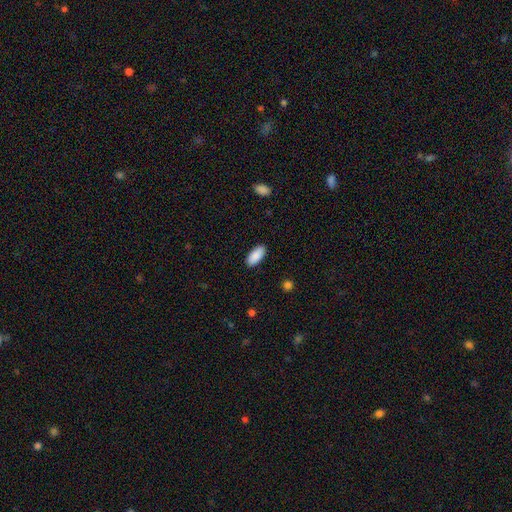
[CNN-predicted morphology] Smooth or featured? smooth (90%)
How rounded? in between (90%)
Merging? none (89%)